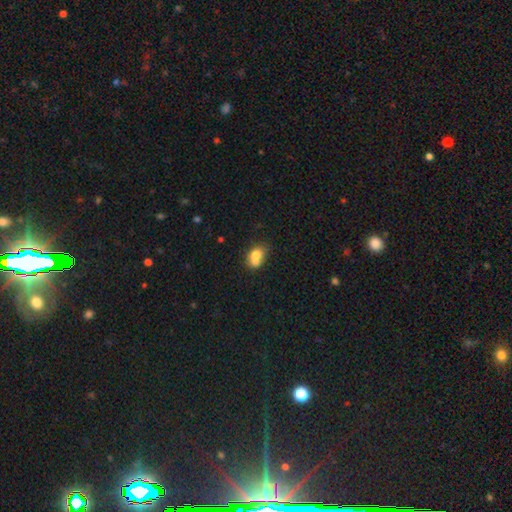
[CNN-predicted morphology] The model was most divided on "how rounded": in between: 55%, round: 44%, cigar-shaped: 1%. More confident: smooth or featured — smooth (70%); merging — merger (58%).